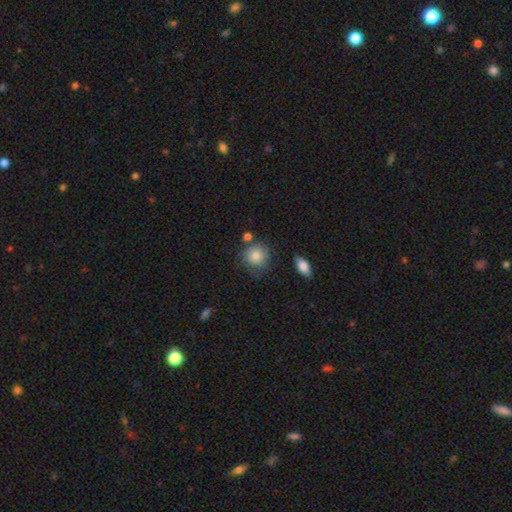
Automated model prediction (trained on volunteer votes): smooth_or_featured: smooth (p=0.83) [alt: featured or disk p=0.09]
how_rounded: round (p=0.87) [alt: in between p=0.12]
merging: none (p=0.68) [alt: minor disturbance p=0.19]